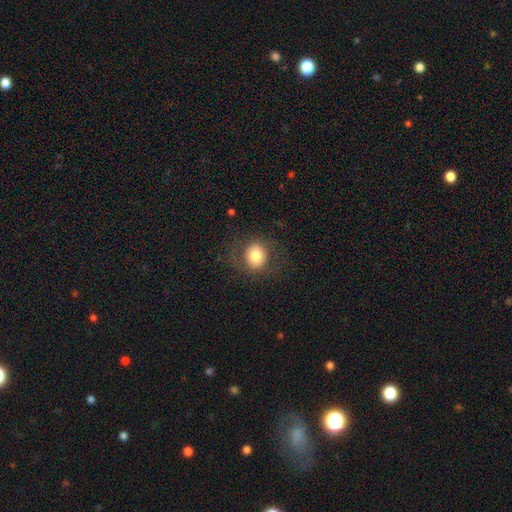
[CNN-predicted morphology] smooth-or-featured: smooth: 75% | featured or disk: 15% | star or artifact: 10%
  how-rounded: round: 78% | in between: 21% | cigar-shaped: 1%
  merging: none: 79% | minor disturbance: 12% | major disturbance: 8% | merger: 1%